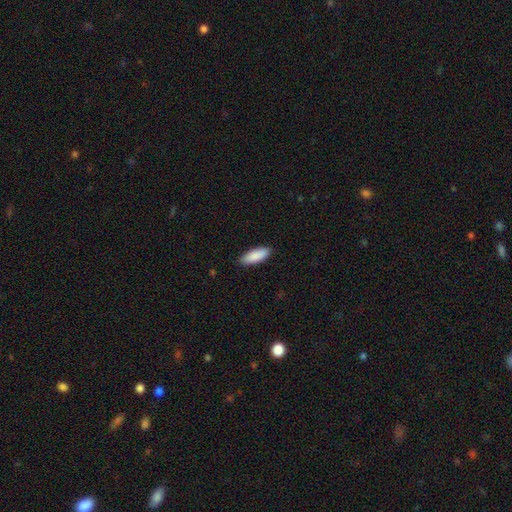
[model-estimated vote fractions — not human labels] smooth-or-featured: smooth: 90% | star or artifact: 5% | featured or disk: 5%
  how-rounded: in between: 71% | cigar-shaped: 28% | round: 2%
  merging: none: 89% | minor disturbance: 9% | major disturbance: 2% | merger: 1%